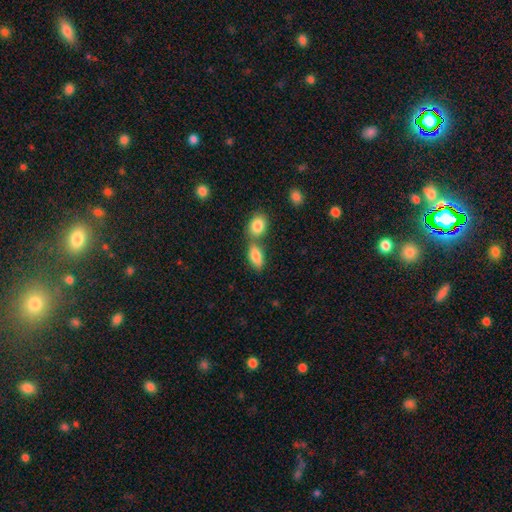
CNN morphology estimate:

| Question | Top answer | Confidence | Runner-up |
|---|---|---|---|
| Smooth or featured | smooth | 82% | featured or disk (10%) |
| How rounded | in between | 87% | cigar-shaped (7%) |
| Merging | merger | 43% | tied: none (43%) |